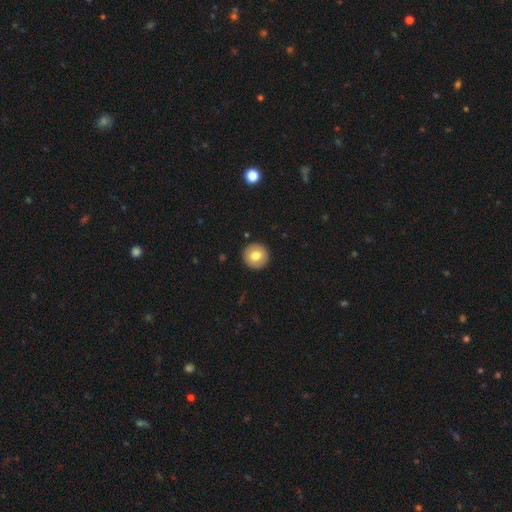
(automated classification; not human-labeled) Smooth or featured? Predicted: smooth (p=0.76). How rounded? Predicted: round (p=0.95). Merging? Predicted: none (p=0.93).